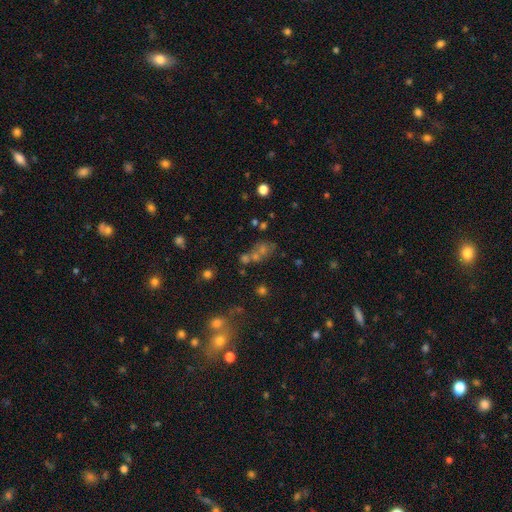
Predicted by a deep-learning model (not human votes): Smooth or featured? Predicted: smooth (p=0.44). Merging? Predicted: none (p=0.52).